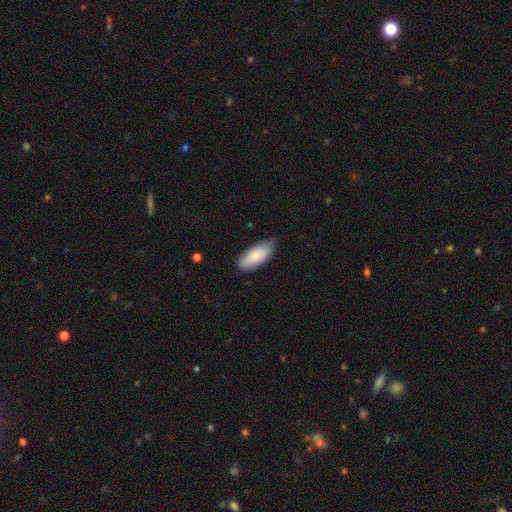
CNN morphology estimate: This appears to be a smooth galaxy with no disk features (82%) that is in between round and cigar-shaped (88%). Merging: none (75%).